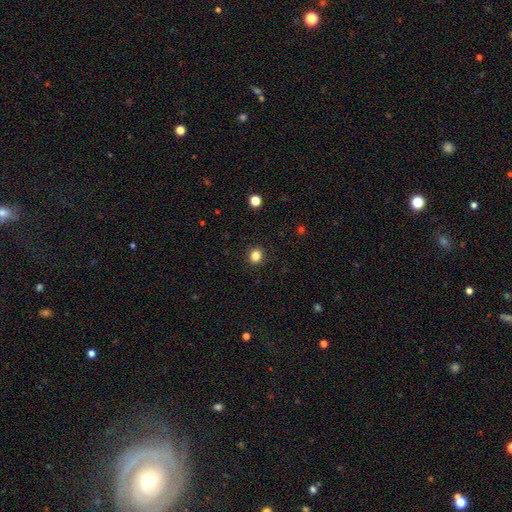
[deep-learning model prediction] The model was most divided on "how rounded": round: 81%, in between: 18%, cigar-shaped: 1%. More confident: merging — none (91%); smooth or featured — smooth (84%).